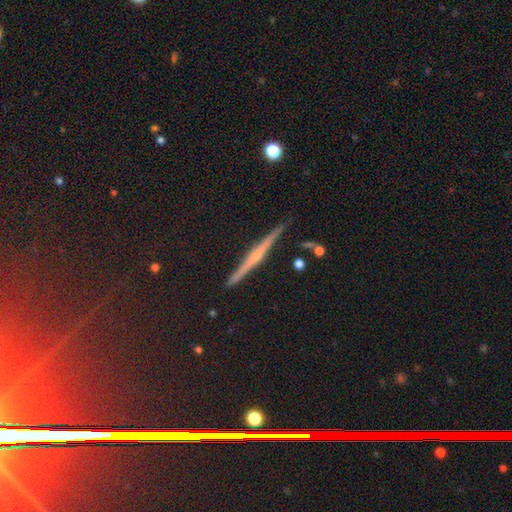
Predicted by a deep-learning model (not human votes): This is likely a featured or disk galaxy (61%). It is clearly viewed edge-on (96%). Edge-on bulge: possibly rounded (58%). Merging: clearly none (88%).